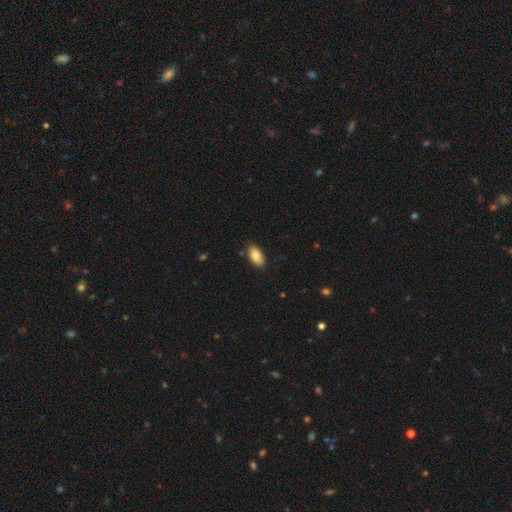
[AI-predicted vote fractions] Smooth or featured? Predicted: smooth (p=0.85). How rounded? Predicted: in between (p=0.94). Merging? Predicted: none (p=0.85).